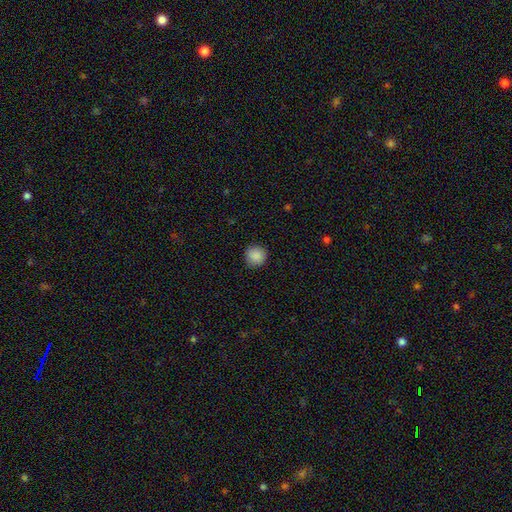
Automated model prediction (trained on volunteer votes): A smooth galaxy with no disk features (88%) that is round (93%).

Vote fractions:
- Smooth or featured? smooth: 88% / star or artifact: 9% / featured or disk: 3%
- How rounded? round: 93% / in between: 6% / cigar-shaped: 1%
- Merging? none: 89% / minor disturbance: 8% / major disturbance: 2% / merger: 1%